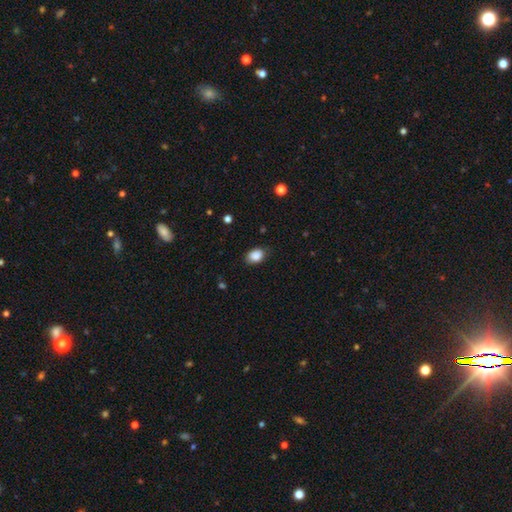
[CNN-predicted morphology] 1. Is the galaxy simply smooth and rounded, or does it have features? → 88% smooth, 8% star or artifact, 4% featured or disk.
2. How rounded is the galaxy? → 78% in between, 21% round, 1% cigar-shaped.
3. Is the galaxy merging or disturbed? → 80% none, 16% minor disturbance, 3% major disturbance, 1% merger.